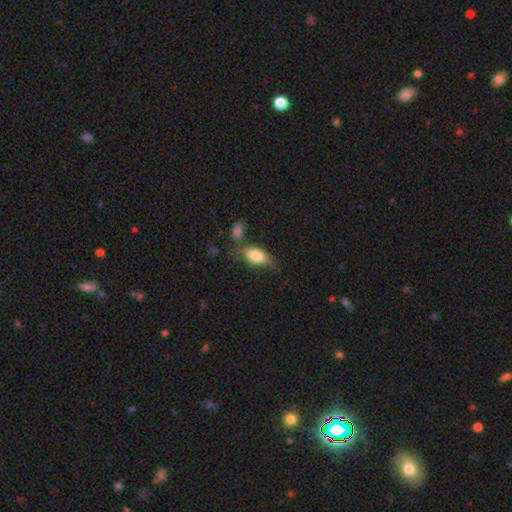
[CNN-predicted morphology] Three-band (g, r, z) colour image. It shows a smooth galaxy with no disk features (80%) that is in between round and cigar-shaped (88%). Merging: none (56%).